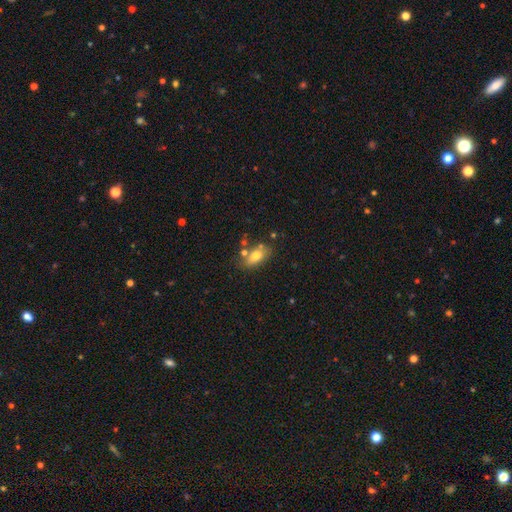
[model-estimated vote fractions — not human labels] A smooth galaxy with no disk features (74%) that is in between round and cigar-shaped (84%). Merging: none (64%).